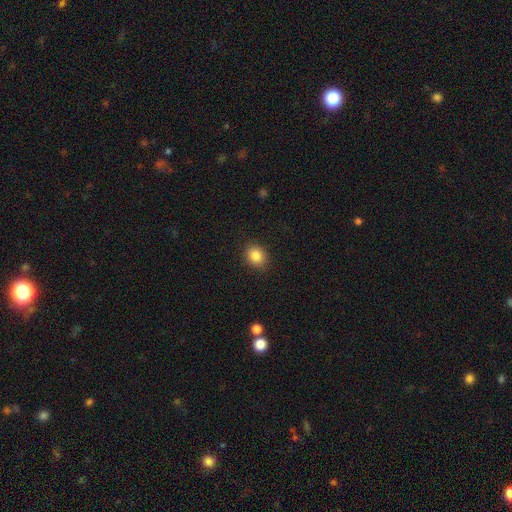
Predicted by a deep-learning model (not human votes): smooth_or_featured: smooth (p=0.85) [alt: star or artifact p=0.10]
how_rounded: round (p=0.66) [alt: in between p=0.33]
merging: none (p=0.87) [alt: minor disturbance p=0.09]